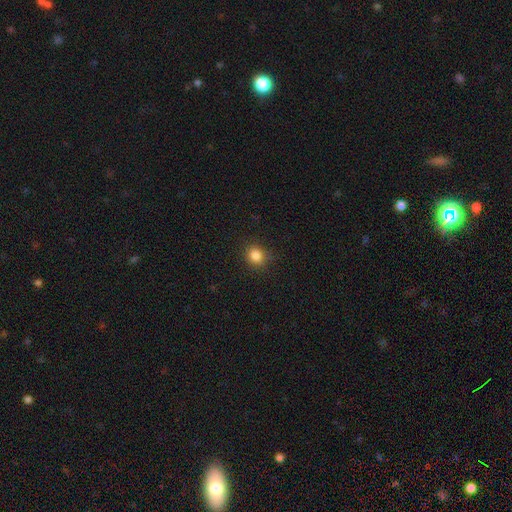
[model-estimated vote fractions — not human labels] smooth_or_featured: smooth (p=0.84) [alt: star or artifact p=0.12]
how_rounded: round (p=0.77) [alt: in between p=0.22]
merging: none (p=0.86) [alt: minor disturbance p=0.10]